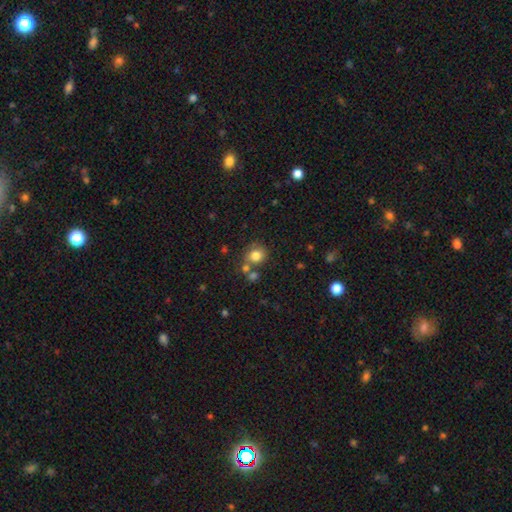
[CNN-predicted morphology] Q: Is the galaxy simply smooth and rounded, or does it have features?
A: smooth — 80%.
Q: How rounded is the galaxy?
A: round — 80%.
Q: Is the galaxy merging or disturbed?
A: none — 65%.